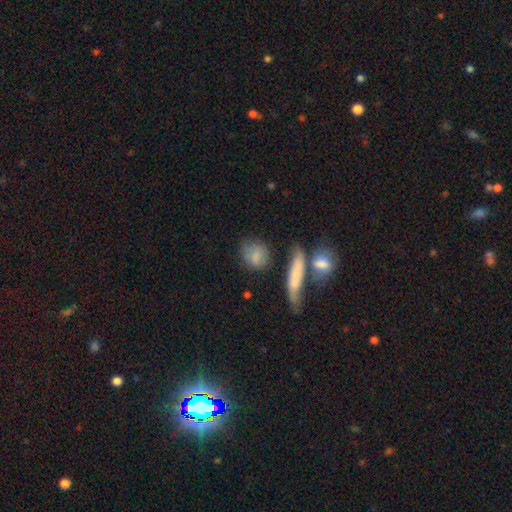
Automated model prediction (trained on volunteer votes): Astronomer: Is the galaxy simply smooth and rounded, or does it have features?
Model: smooth — 78%.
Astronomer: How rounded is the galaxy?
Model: round — 57% (runner-up: in between, 36%).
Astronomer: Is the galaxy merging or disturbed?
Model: none — 63%.